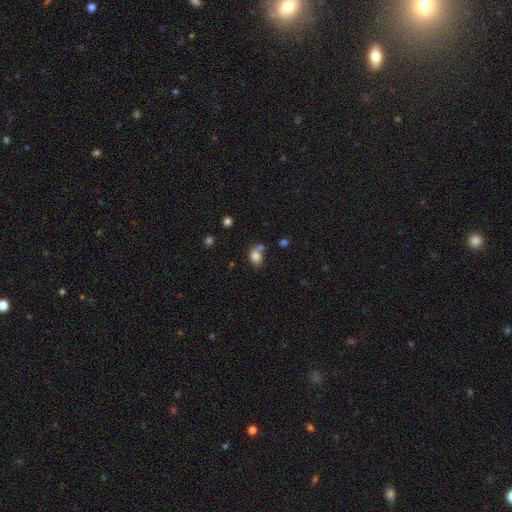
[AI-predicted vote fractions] Smooth or featured? smooth (80%)
How rounded? in between (59%)
Merging? none (41%)